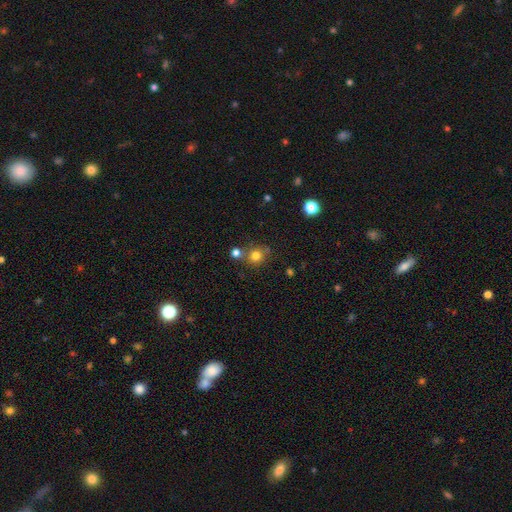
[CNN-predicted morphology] smooth 78%, star or artifact 14%, featured or disk 7%. Down the decision tree: how rounded — round (88%); merging — none (68%).